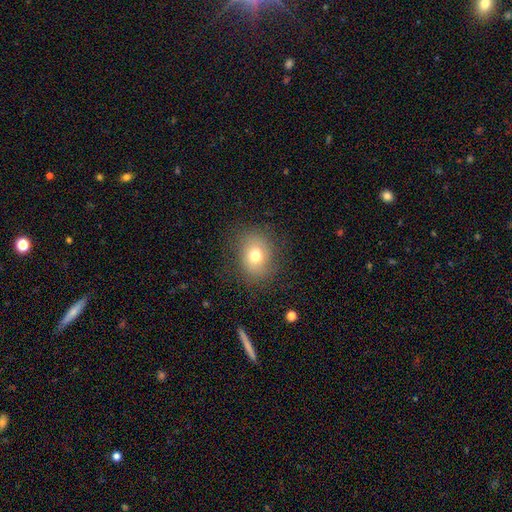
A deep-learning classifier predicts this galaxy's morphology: type=smooth (70%); roundness=round (53%); merging=none (79%).